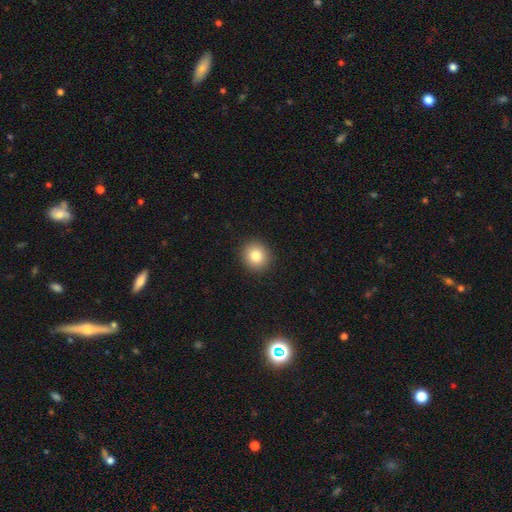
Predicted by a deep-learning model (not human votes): Morphology: type=smooth (84%); roundness=round (87%); merging=none (92%).